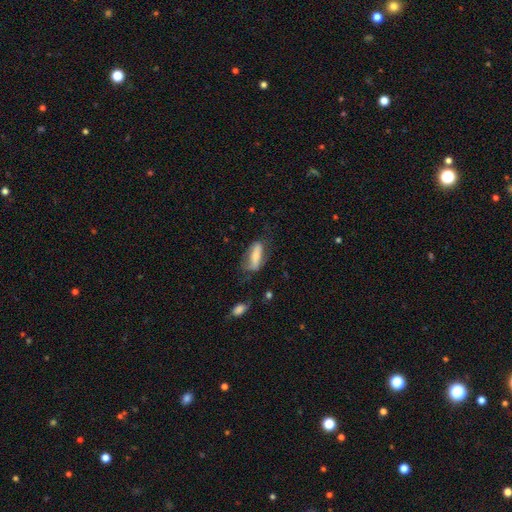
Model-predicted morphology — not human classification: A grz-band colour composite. It shows a smooth galaxy with no disk features (63%) that is in between round and cigar-shaped (65%). Merging: none (49%).